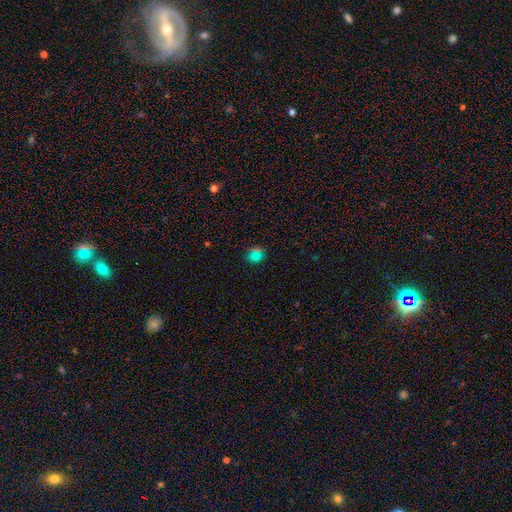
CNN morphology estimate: Smooth or featured?
  - smooth: 70% *
  - star or artifact: 23%
  - featured or disk: 7%
How rounded?
  - round: 78% *
  - in between: 21%
  - cigar-shaped: 1%
Merging?
  - none: 75% *
  - minor disturbance: 13%
  - merger: 8%
  - major disturbance: 4%